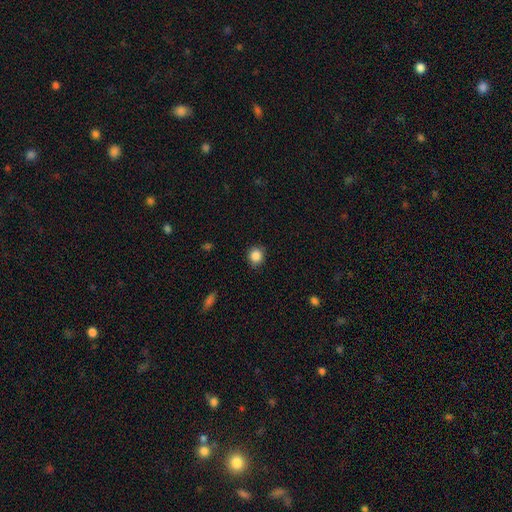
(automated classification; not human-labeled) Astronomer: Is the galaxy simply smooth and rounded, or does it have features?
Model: smooth — 86%.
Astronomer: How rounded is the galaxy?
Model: round — 87%.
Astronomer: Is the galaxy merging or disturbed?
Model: none — 85%.